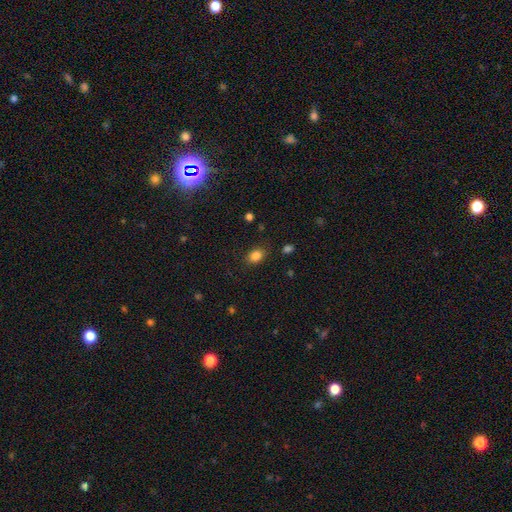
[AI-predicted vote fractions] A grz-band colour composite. It shows a smooth galaxy with no disk features (85%) that is in between round and cigar-shaped (70%). Merging: none (83%).